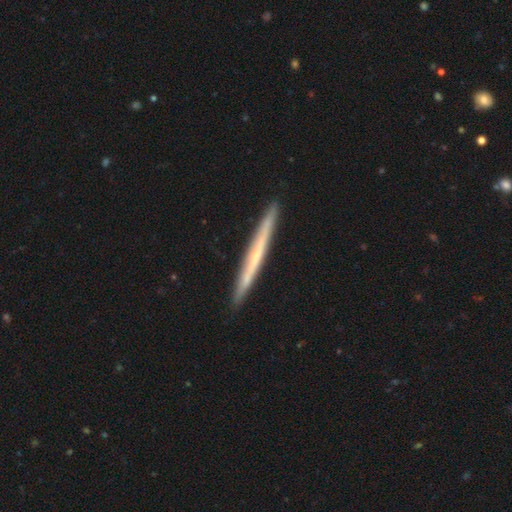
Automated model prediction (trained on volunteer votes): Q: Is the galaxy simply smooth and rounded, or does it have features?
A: featured or disk — 58%.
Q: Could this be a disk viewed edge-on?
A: yes — 97%.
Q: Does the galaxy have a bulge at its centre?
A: none — 76%.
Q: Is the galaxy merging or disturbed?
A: none — 92%.